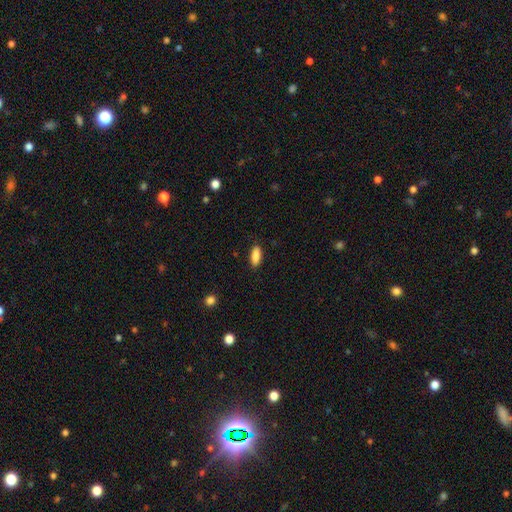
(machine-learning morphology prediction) smooth-or-featured: smooth: 89% | star or artifact: 7% | featured or disk: 4%
  how-rounded: in between: 78% | cigar-shaped: 20% | round: 2%
  merging: none: 87% | minor disturbance: 10% | major disturbance: 2% | merger: 1%